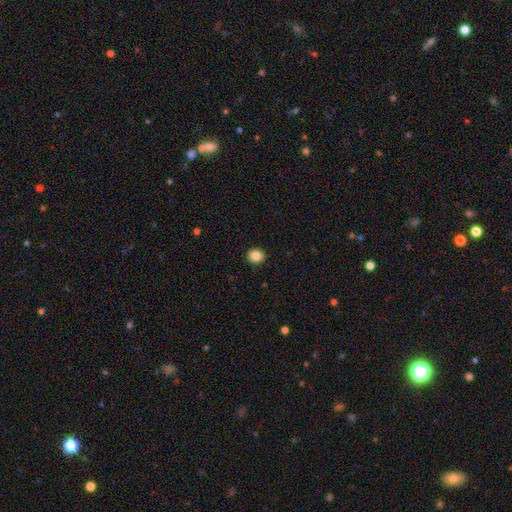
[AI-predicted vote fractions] Morphology: type=smooth (85%); roundness=round (81%); merging=none (91%).